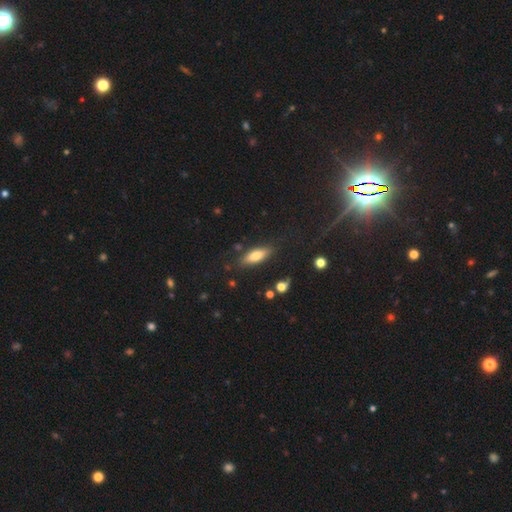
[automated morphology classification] smooth-or-featured: smooth: 74% | featured or disk: 18% | star or artifact: 8%
  how-rounded: in between: 63% | cigar-shaped: 34% | round: 3%
  merging: none: 80% | minor disturbance: 13% | major disturbance: 4% | merger: 3%